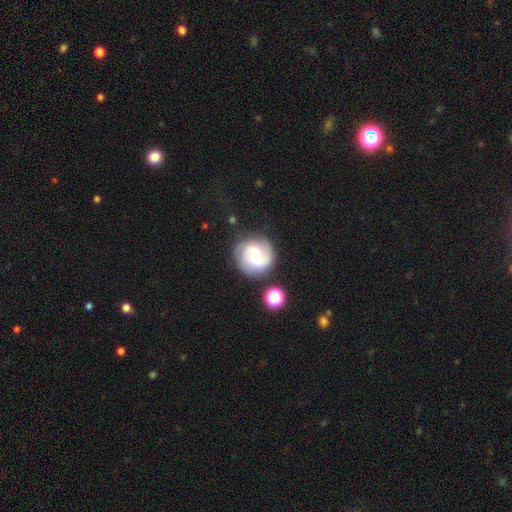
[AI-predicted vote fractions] Morphology: type=featured or disk (56%); edge-on=no (97%); bar=weak (52%); spiral arms=yes (86%); bulge=moderate (58%); merging=none (75%).